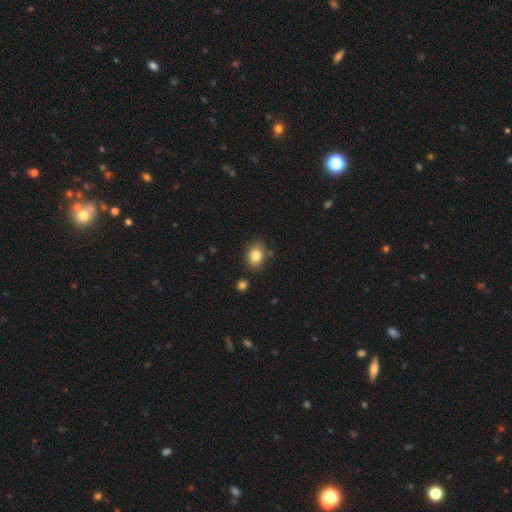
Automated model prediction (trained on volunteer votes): smooth_or_featured: smooth (p=0.83) [alt: star or artifact p=0.10]
how_rounded: in between (p=0.53) [alt: round p=0.46]
merging: none (p=0.83) [alt: minor disturbance p=0.11]